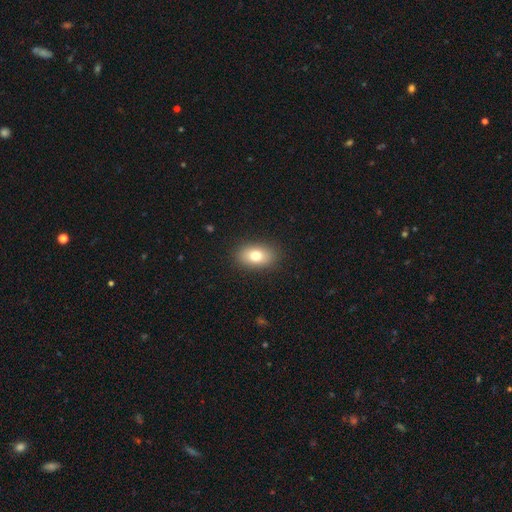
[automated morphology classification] type=smooth (78%); roundness=in between (85%); merging=none (88%).